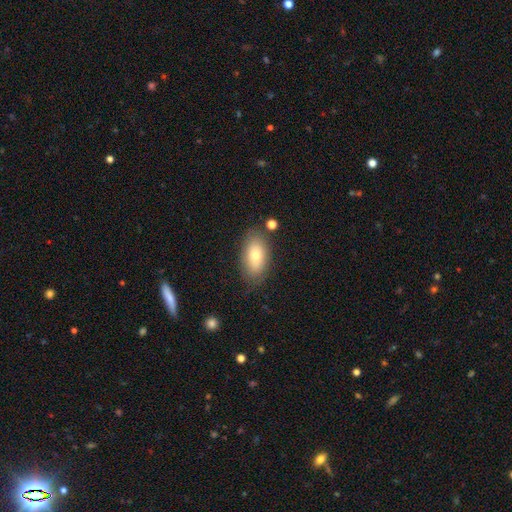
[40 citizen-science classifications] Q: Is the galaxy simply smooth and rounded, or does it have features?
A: smooth — 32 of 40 (80%).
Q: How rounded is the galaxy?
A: in between — 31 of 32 (97%).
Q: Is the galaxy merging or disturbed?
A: none — 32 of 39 (82%).